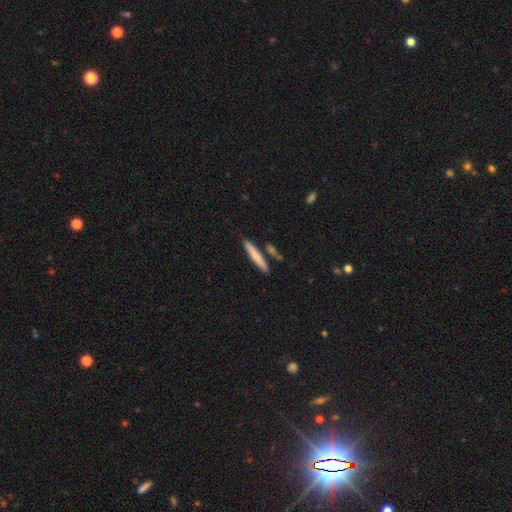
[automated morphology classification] Q: Smooth or featured?
A: smooth (73%); runner-up: featured or disk (22%)
Q: How rounded?
A: cigar-shaped (93%); runner-up: in between (5%)
Q: Merging?
A: none (81%); runner-up: minor disturbance (10%)